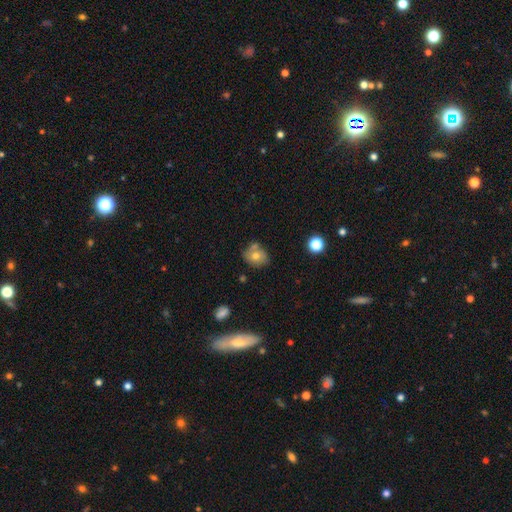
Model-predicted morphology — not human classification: smooth-or-featured: smooth: 67% | featured or disk: 22% | star or artifact: 10%
  how-rounded: round: 62% | in between: 37% | cigar-shaped: 1%
  merging: none: 56% | merger: 21% | minor disturbance: 18% | major disturbance: 5%